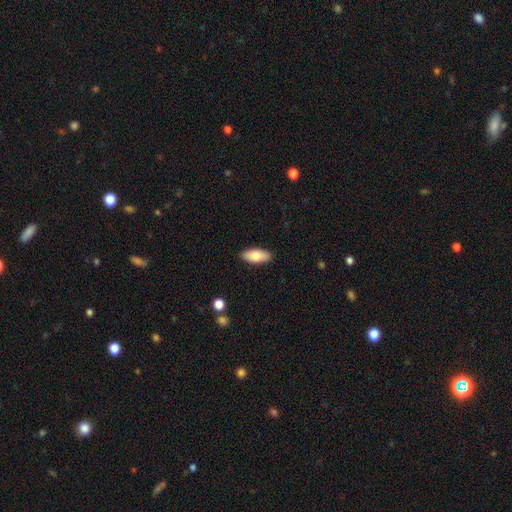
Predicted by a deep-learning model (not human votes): Smooth or featured? Predicted: smooth (p=0.79). How rounded? Predicted: in between (p=0.85). Merging? Predicted: none (p=0.89).